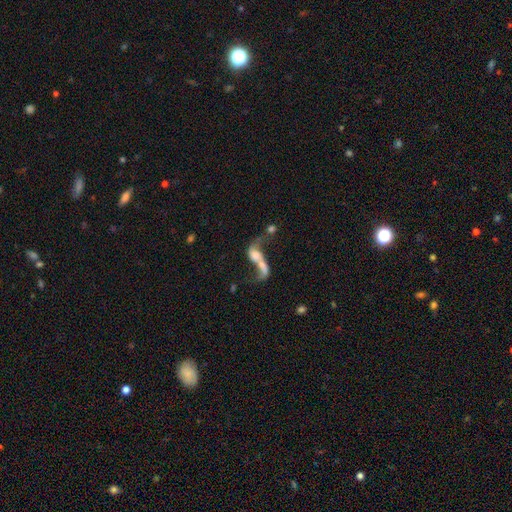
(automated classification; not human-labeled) A featured or disk galaxy (59%) with no bar (62%), spiral arms (65%) and a moderate central bulge (29%).

Vote fractions:
- Smooth or featured? featured or disk: 59% / smooth: 30% / star or artifact: 10%
- Edge-on disk? no: 90% / yes: 10%
- Bar? no: 62% / weak: 25% / strong: 13%
- Spiral arms? yes: 65% / no: 35%
- Bulge size? moderate: 29% / none: 28% / small: 21% / large: 17% / dominant: 5%
- Merging? merger: 59% / major disturbance: 18% / none: 16% / minor disturbance: 7%